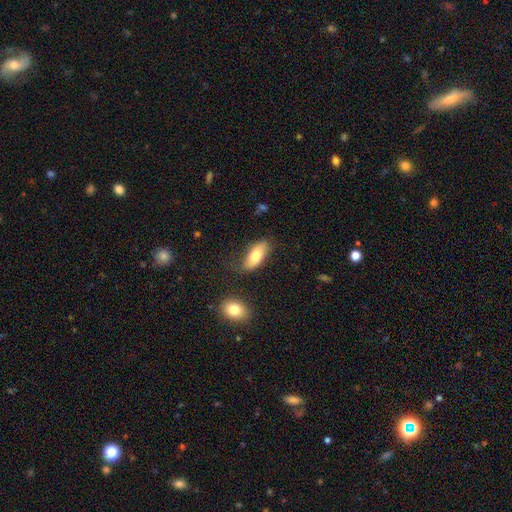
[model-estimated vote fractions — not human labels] This is likely a smooth galaxy (73%). How rounded: clearly in between (84%). Merging: likely none (73%).